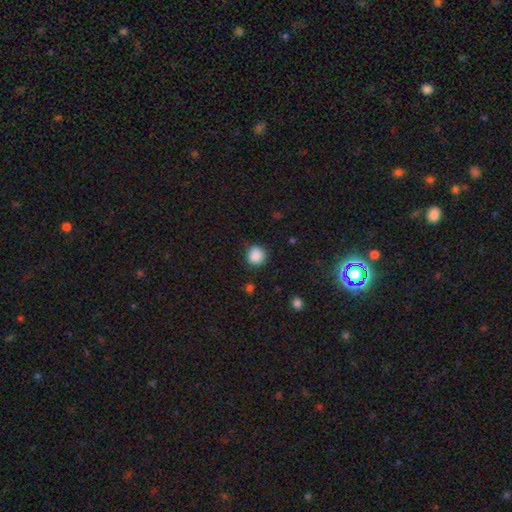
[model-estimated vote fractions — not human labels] A smooth galaxy with no disk features (87%) that is round (88%). Merging: none (76%).